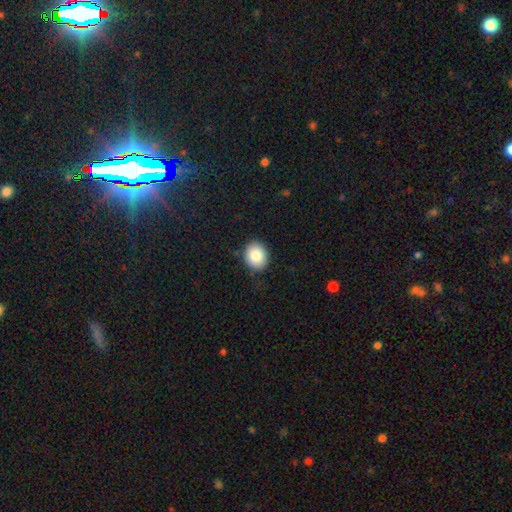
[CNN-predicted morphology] Smooth or featured: smooth — 86% (star or artifact — 8%)
How rounded: round — 61% (in between — 39%)
Merging: none — 86% (minor disturbance — 11%)